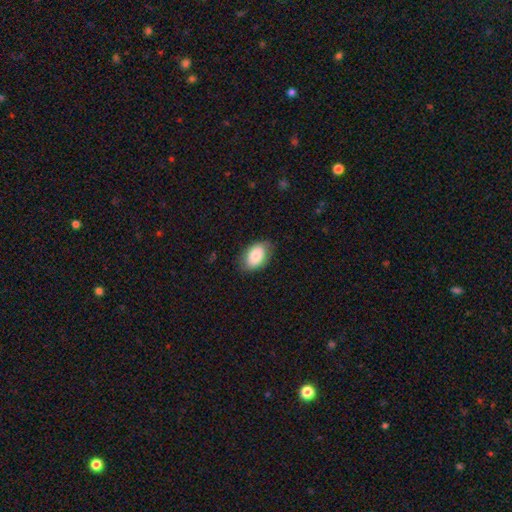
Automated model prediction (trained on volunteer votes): The model was most divided on "merging": none: 77%, minor disturbance: 18%, major disturbance: 4%, merger: 1%. More confident: how rounded — in between (88%); smooth or featured — smooth (82%).